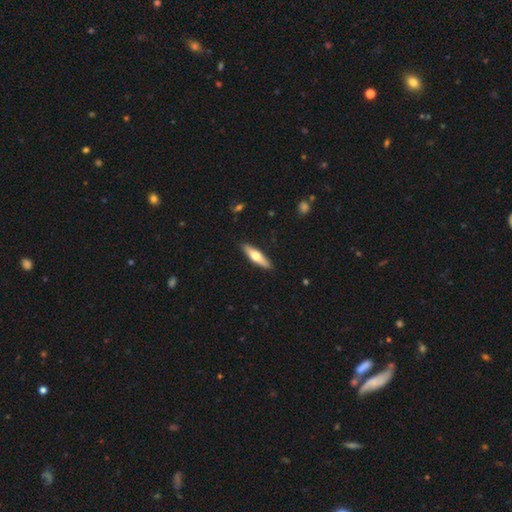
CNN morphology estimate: smooth-or-featured: smooth: 49% | featured or disk: 46% | star or artifact: 5%
  merging: none: 91% | minor disturbance: 7% | major disturbance: 1% | merger: 1%